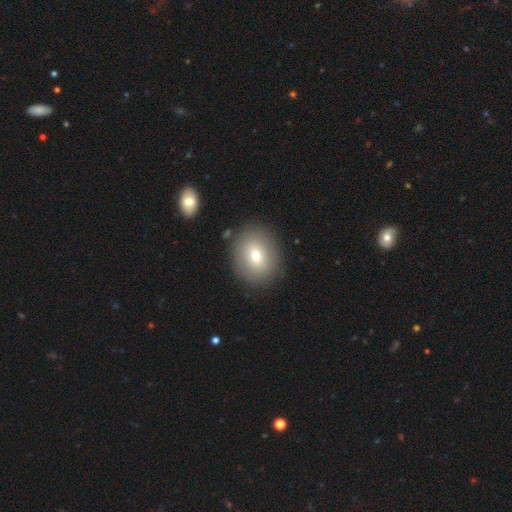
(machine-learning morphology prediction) Smooth or featured: smooth — 70% (featured or disk — 19%)
How rounded: round — 60% (in between — 39%)
Merging: none — 85% (minor disturbance — 9%)